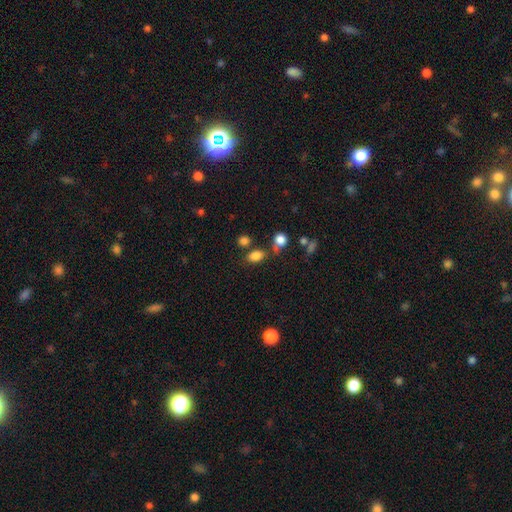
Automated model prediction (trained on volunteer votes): Smooth or featured? Predicted: smooth (p=0.83). How rounded? Predicted: in between (p=0.80). Merging? Predicted: none (p=0.64).